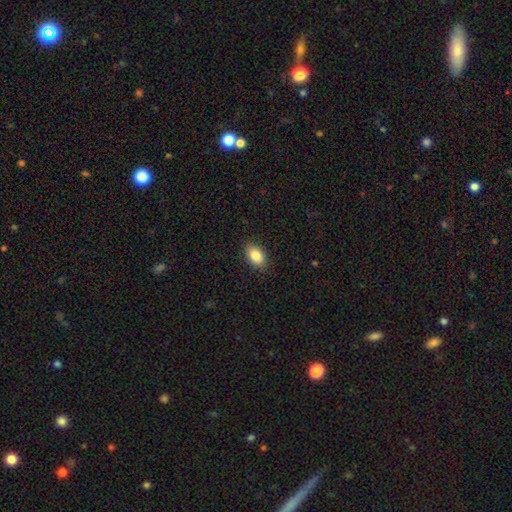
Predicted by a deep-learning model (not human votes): This is clearly a smooth galaxy (85%). How rounded: clearly in between (88%). Merging: clearly none (88%).